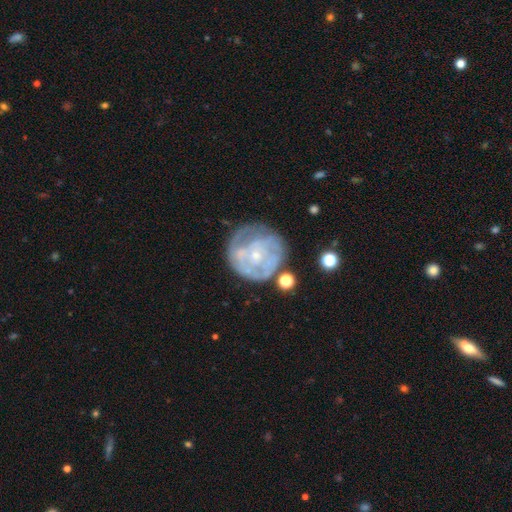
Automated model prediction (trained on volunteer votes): Q: Smooth or featured?
A: featured or disk (68%); runner-up: smooth (24%)
Q: Edge-on disk?
A: no (98%); runner-up: yes (2%)
Q: Bar?
A: no (80%); runner-up: weak (16%)
Q: Spiral arms?
A: yes (61%); runner-up: no (39%)
Q: Bulge size?
A: small (73%); runner-up: moderate (20%)
Q: Merging?
A: none (60%); runner-up: minor disturbance (21%)